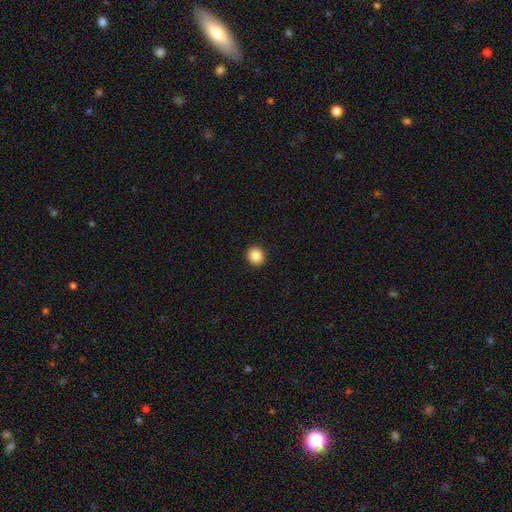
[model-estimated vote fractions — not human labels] Smooth or featured: smooth — 87% (star or artifact — 9%)
How rounded: round — 87% (in between — 12%)
Merging: none — 93% (minor disturbance — 5%)